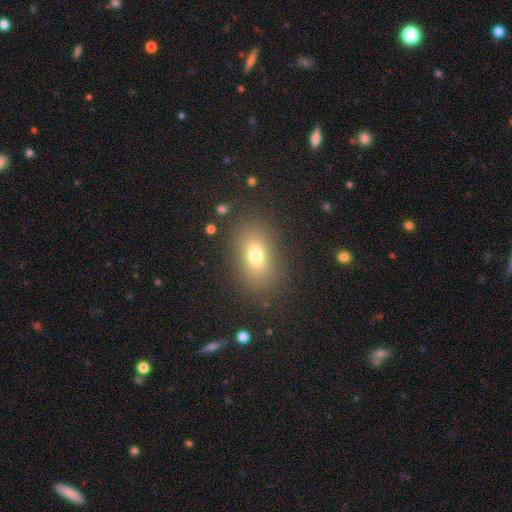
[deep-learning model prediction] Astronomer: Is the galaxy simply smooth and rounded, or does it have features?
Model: smooth — 74%.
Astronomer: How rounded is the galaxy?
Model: in between — 83%.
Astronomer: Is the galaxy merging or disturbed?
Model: none — 85%.